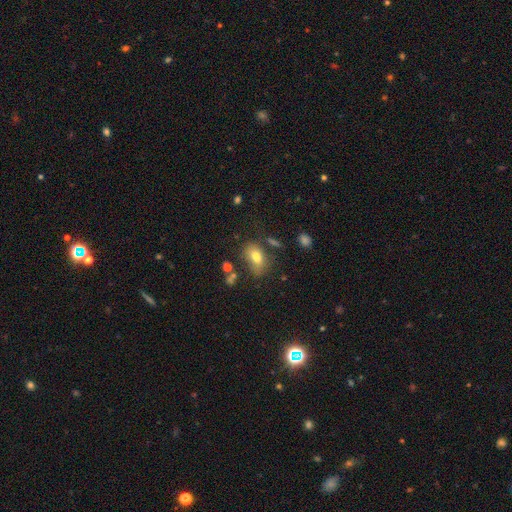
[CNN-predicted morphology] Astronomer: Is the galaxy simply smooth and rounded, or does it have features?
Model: smooth — 74%.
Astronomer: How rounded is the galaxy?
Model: in between — 84%.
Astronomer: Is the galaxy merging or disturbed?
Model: none — 58%.